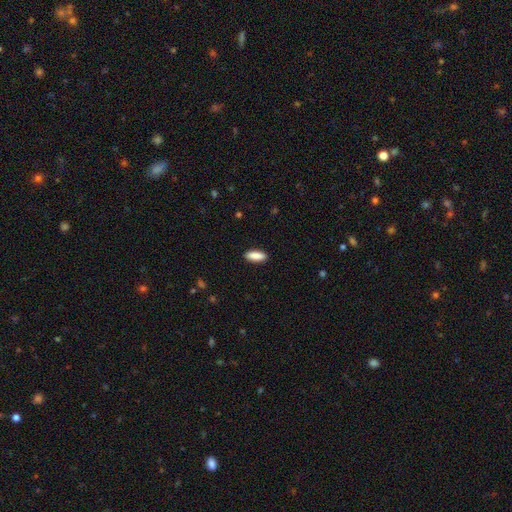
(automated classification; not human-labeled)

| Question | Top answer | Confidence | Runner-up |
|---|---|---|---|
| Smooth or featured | smooth | 89% | star or artifact (6%) |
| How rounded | in between | 66% | cigar-shaped (32%) |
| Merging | none | 90% | minor disturbance (7%) |